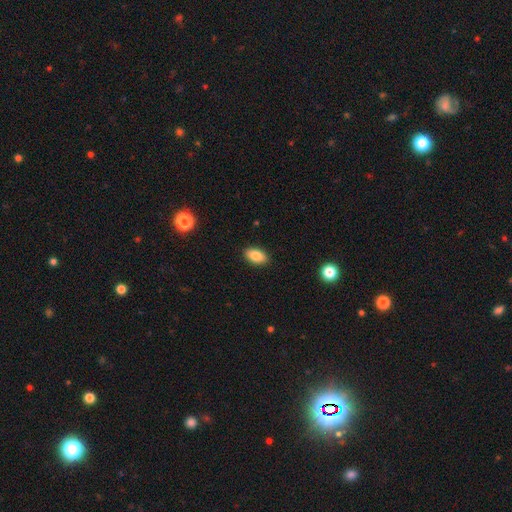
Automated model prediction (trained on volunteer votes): Morphology: type=smooth (85%); roundness=in between (92%); merging=none (89%).